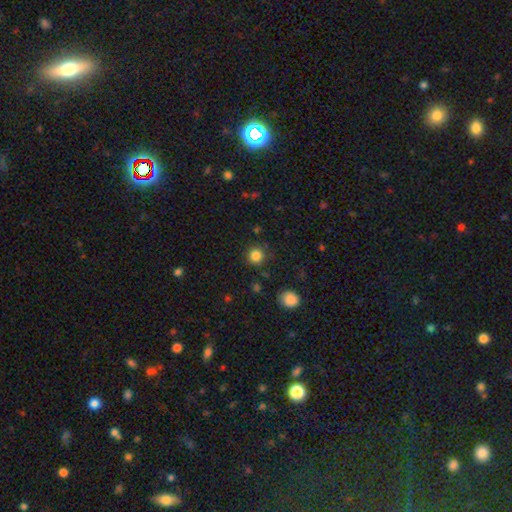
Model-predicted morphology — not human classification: This is clearly a smooth galaxy (84%). How rounded: clearly round (92%). Merging: clearly none (87%).